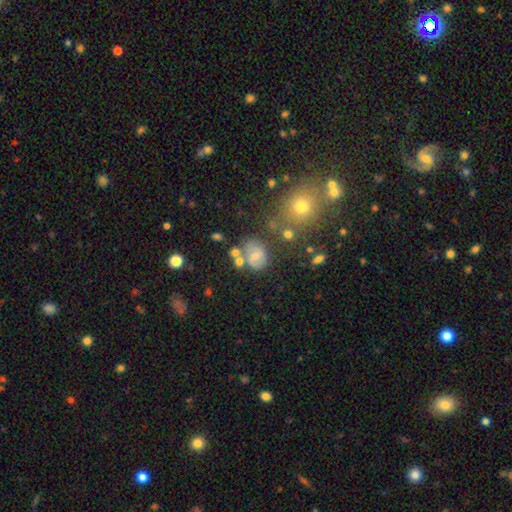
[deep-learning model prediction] The model was most divided on "smooth or featured": smooth: 49%, featured or disk: 38%, star or artifact: 13%. More confident: merging — none (52%).